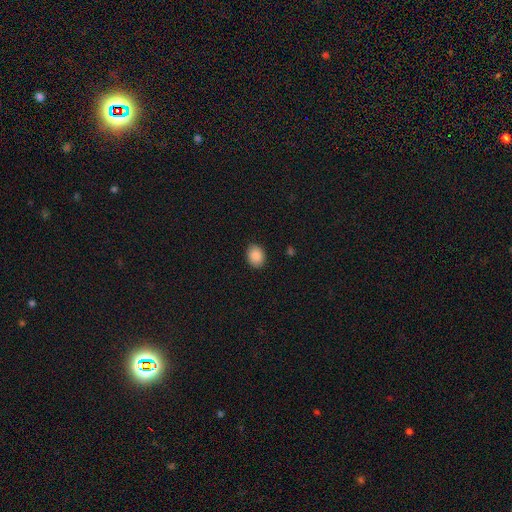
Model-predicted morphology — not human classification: The model was most divided on "how rounded": in between: 66%, round: 34%, cigar-shaped: 1%. More confident: smooth or featured — smooth (89%); merging — none (88%).